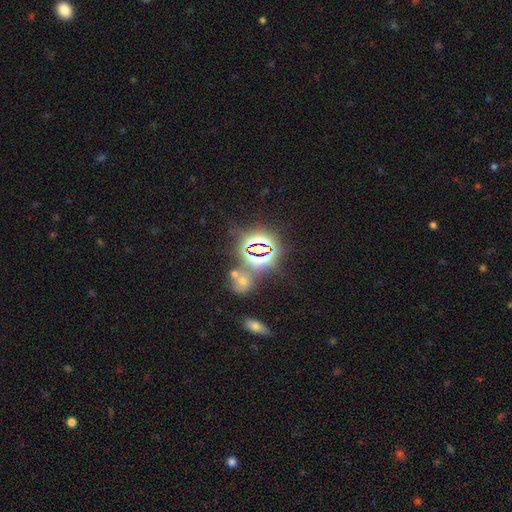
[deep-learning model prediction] Morphology: type=star or artifact (76%).